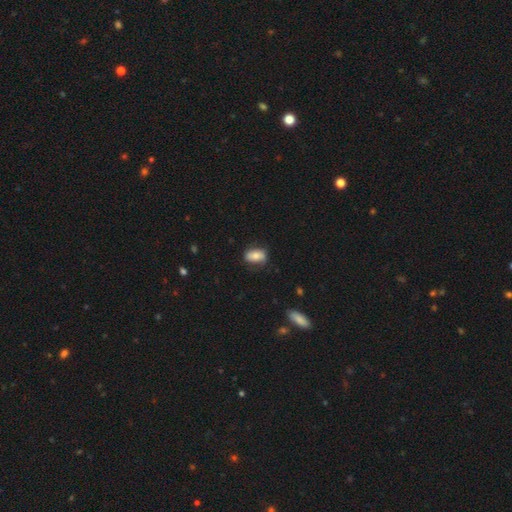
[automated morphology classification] Smooth or featured? smooth (72%)
How rounded? in between (87%)
Merging? none (73%)